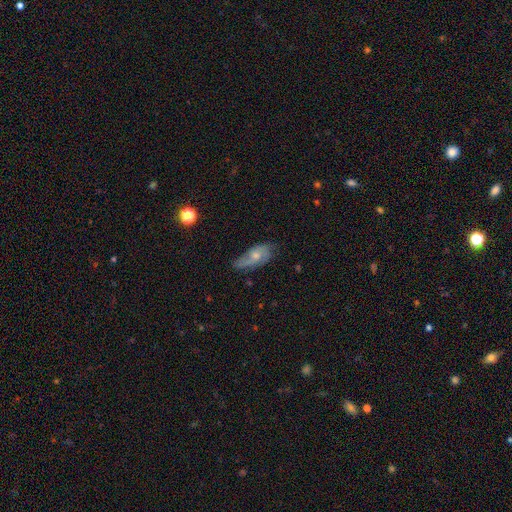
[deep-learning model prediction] Smooth or featured? featured or disk (56%)
Edge-on disk? no (90%)
Merging? none (55%)